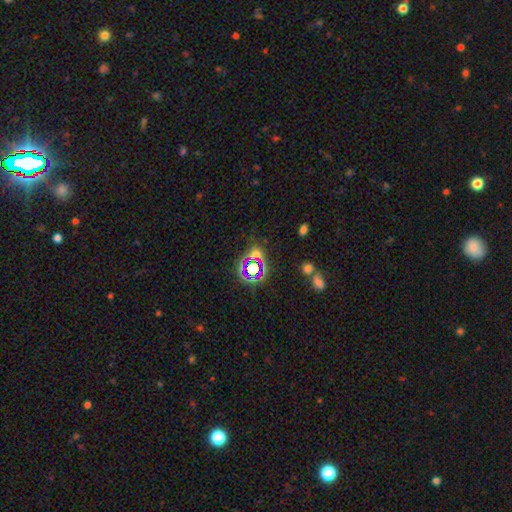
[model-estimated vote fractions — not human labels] A star or artifact, not a galaxy (59%).